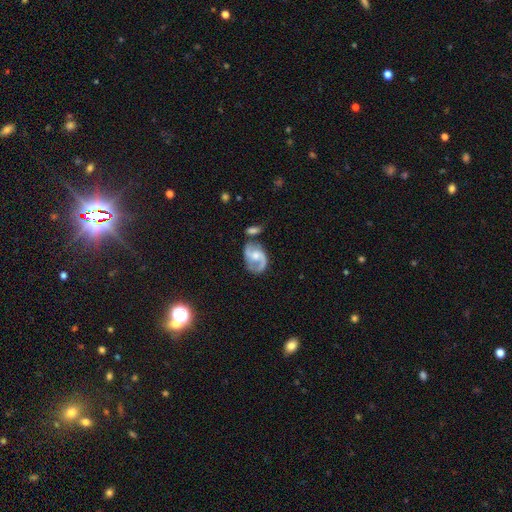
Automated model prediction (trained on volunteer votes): Q: Smooth or featured?
A: featured or disk (83%); runner-up: smooth (12%)
Q: Edge-on disk?
A: no (97%); runner-up: yes (3%)
Q: Bar?
A: no (53%); runner-up: weak (39%)
Q: Spiral arms?
A: yes (94%); runner-up: no (6%)
Q: Spiral winding?
A: medium (51%); runner-up: loose (32%)
Q: Spiral arm count?
A: 2 (87%); runner-up: 1 (5%)
Q: Bulge size?
A: moderate (58%); runner-up: small (30%)
Q: Merging?
A: none (54%); runner-up: minor disturbance (21%)